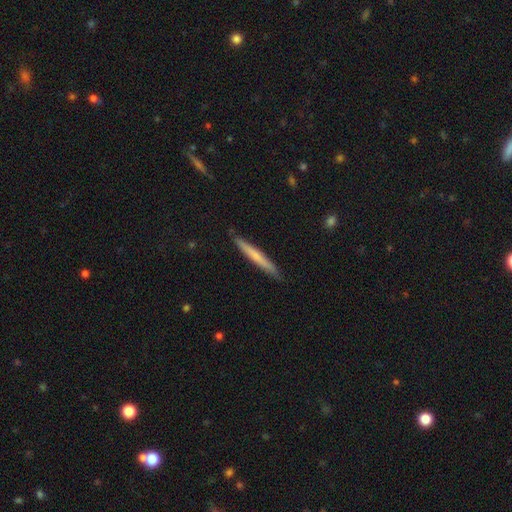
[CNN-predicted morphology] Smooth or featured?
  - smooth: 58% *
  - featured or disk: 36%
  - star or artifact: 5%
How rounded?
  - cigar-shaped: 96% *
  - in between: 2%
  - round: 1%
Merging?
  - none: 89% *
  - minor disturbance: 9%
  - major disturbance: 1%
  - merger: 1%